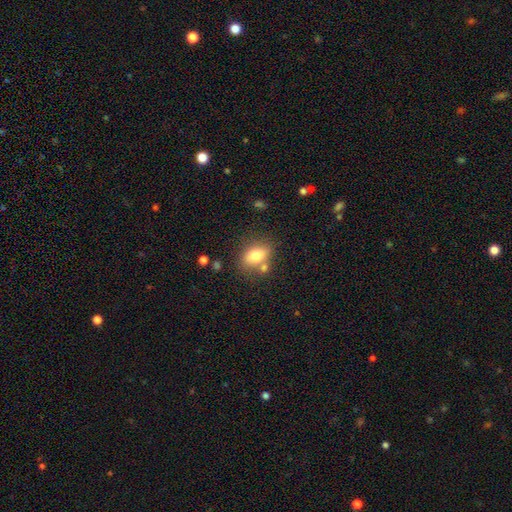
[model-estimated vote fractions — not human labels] Smooth or featured? smooth (76%)
How rounded? in between (78%)
Merging? none (66%)